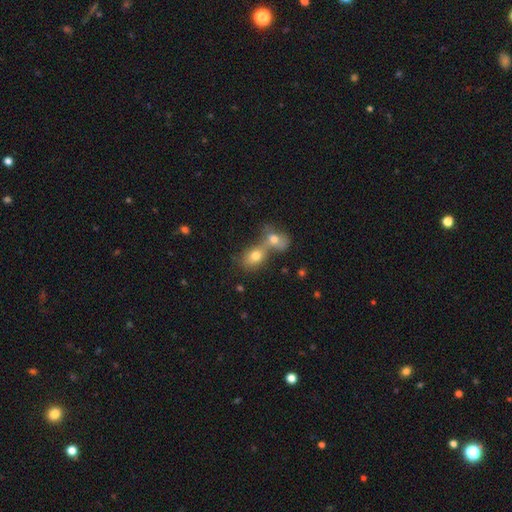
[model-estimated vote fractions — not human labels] This is likely a smooth galaxy (73%). How rounded: likely in between (67%). Merging: likely merger (68%).